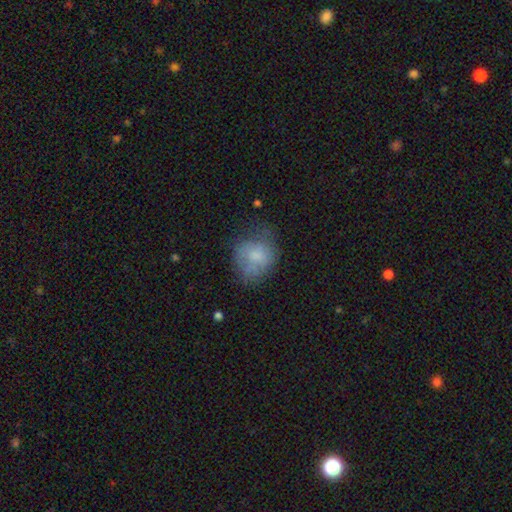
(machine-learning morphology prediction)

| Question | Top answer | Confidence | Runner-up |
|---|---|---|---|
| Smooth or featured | smooth | 65% | featured or disk (25%) |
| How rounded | round | 62% | in between (37%) |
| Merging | none | 46% | minor disturbance (30%) |